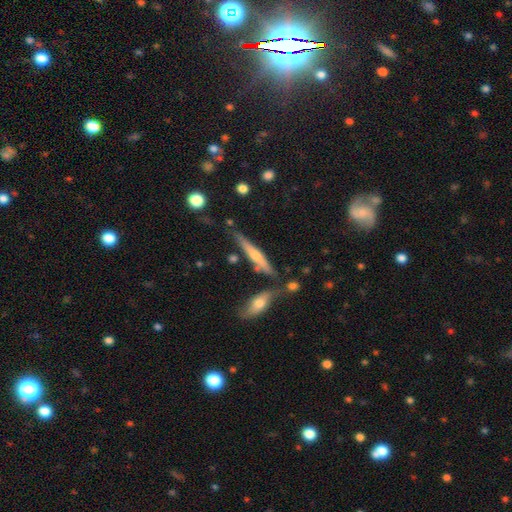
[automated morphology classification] smooth_or_featured: featured or disk (p=0.65) [alt: smooth p=0.27]
disk_edge_on: yes (p=0.94) [alt: no p=0.06]
edge_on_bulge: rounded (p=0.78) [alt: none p=0.15]
merging: none (p=0.69) [alt: minor disturbance p=0.16]